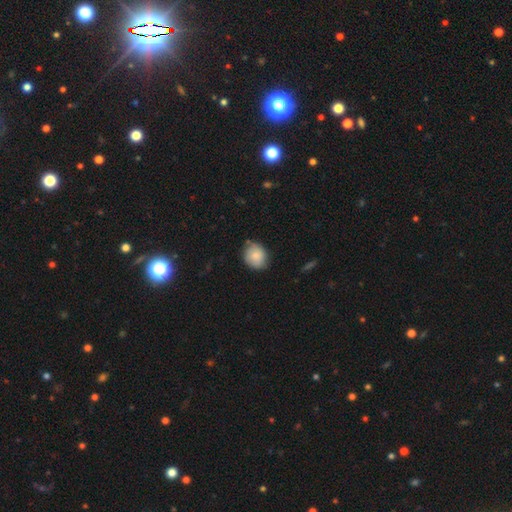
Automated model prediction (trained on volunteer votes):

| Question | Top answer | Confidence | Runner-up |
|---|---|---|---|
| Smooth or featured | smooth | 81% | featured or disk (12%) |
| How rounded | round | 63% | in between (36%) |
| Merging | none | 72% | minor disturbance (22%) |